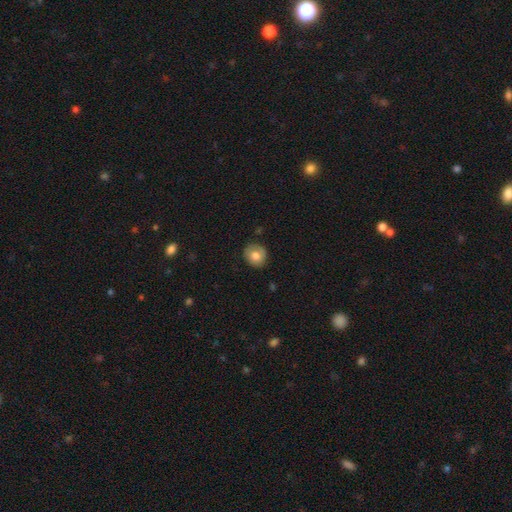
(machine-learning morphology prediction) A smooth galaxy with no disk features (76%) that is round (81%). Merging: none (81%).